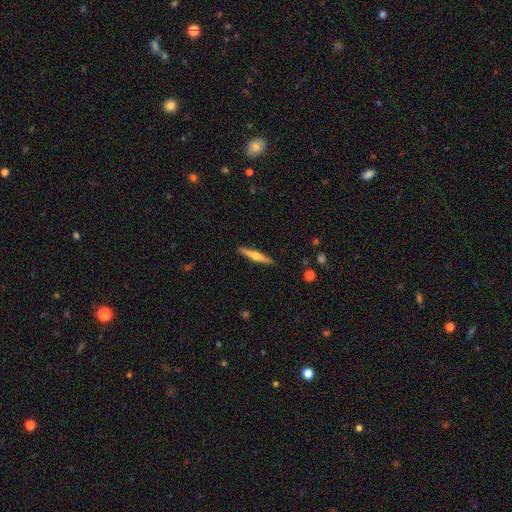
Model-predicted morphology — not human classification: The model was most divided on "smooth or featured": featured or disk: 58%, smooth: 37%, star or artifact: 5%. More confident: edge-on disk — yes (97%); merging — none (91%); edge-on bulge — rounded (87%).